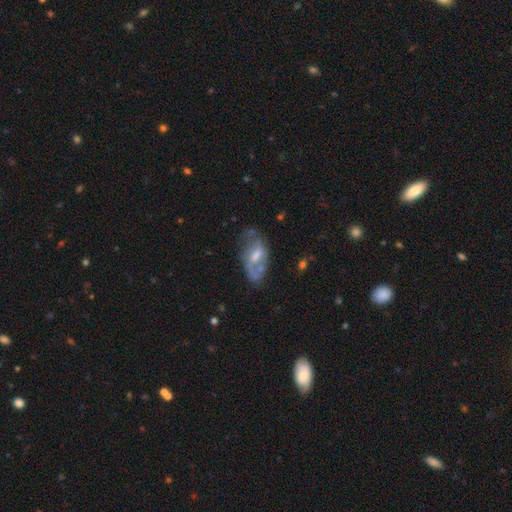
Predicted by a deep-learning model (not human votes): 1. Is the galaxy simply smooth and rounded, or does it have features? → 65% featured or disk, 25% smooth, 10% star or artifact.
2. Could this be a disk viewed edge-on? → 93% no, 7% yes.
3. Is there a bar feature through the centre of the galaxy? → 48% weak, 38% no, 13% strong.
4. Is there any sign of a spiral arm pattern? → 70% yes, 30% no.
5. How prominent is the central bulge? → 49% moderate, 37% small, 8% none, 5% large, 1% dominant.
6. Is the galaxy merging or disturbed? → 55% none, 25% minor disturbance, 14% major disturbance, 6% merger.